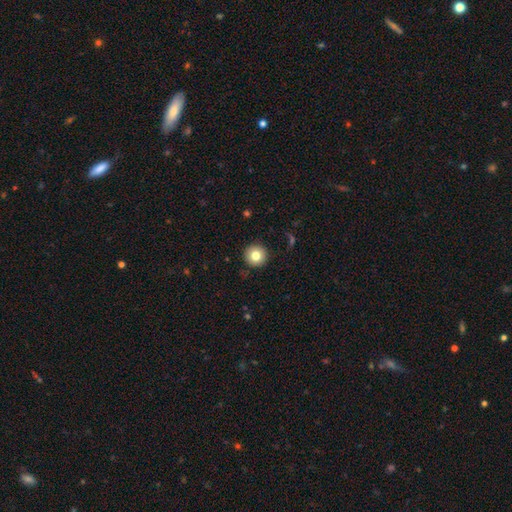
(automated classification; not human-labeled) Smooth or featured?
  - smooth: 80% *
  - star or artifact: 10%
  - featured or disk: 10%
How rounded?
  - round: 96% *
  - in between: 3%
  - cigar-shaped: 1%
Merging?
  - none: 91% *
  - minor disturbance: 6%
  - major disturbance: 2%
  - merger: 1%